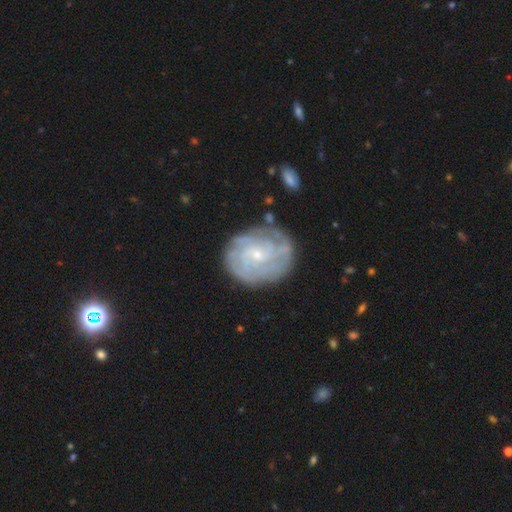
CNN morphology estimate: smooth_or_featured: featured or disk (p=0.75) [alt: smooth p=0.16]
disk_edge_on: no (p=0.97) [alt: yes p=0.03]
bar: no (p=0.59) [alt: weak p=0.34]
has_spiral_arms: yes (p=0.90) [alt: no p=0.10]
spiral_winding: tight (p=0.69) [alt: medium p=0.24]
spiral_arm_count: can't tell (p=0.42) [alt: 3 p=0.16]
bulge_size: small (p=0.68) [alt: moderate p=0.28]
merging: none (p=0.74) [alt: minor disturbance p=0.18]